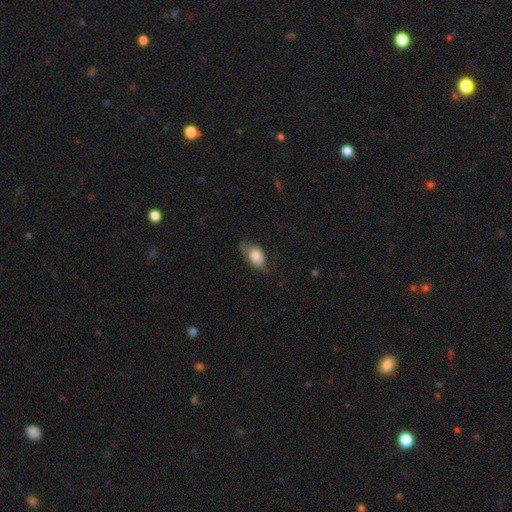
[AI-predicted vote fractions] Smooth or featured?
  - smooth: 79% *
  - featured or disk: 14%
  - star or artifact: 7%
How rounded?
  - in between: 87% *
  - round: 10%
  - cigar-shaped: 3%
Merging?
  - none: 52% *
  - minor disturbance: 35%
  - major disturbance: 12%
  - merger: 2%